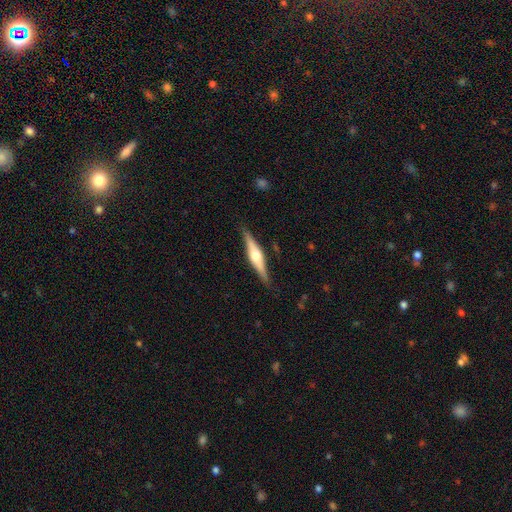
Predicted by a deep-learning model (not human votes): smooth-or-featured: featured or disk: 71% | smooth: 24% | star or artifact: 5%
  disk-edge-on: yes: 97% | no: 3%
    edge-on-bulge: rounded: 91% | boxy: 7% | none: 2%
  merging: none: 87% | minor disturbance: 10% | major disturbance: 2% | merger: 1%